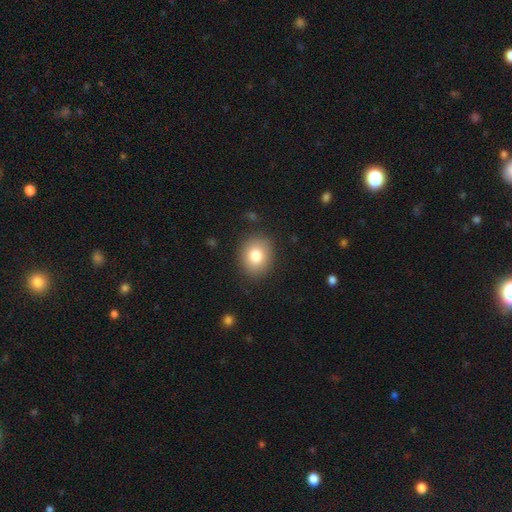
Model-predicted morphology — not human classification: smooth-or-featured: smooth: 81% | featured or disk: 10% | star or artifact: 9%
  how-rounded: round: 61% | in between: 39% | cigar-shaped: 1%
  merging: none: 86% | minor disturbance: 9% | major disturbance: 3% | merger: 1%